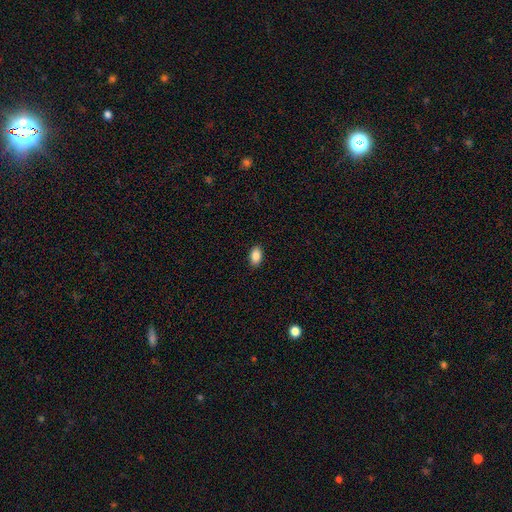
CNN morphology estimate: smooth 88%, star or artifact 8%, featured or disk 5%. Down the decision tree: how rounded — in between (90%); merging — none (90%).